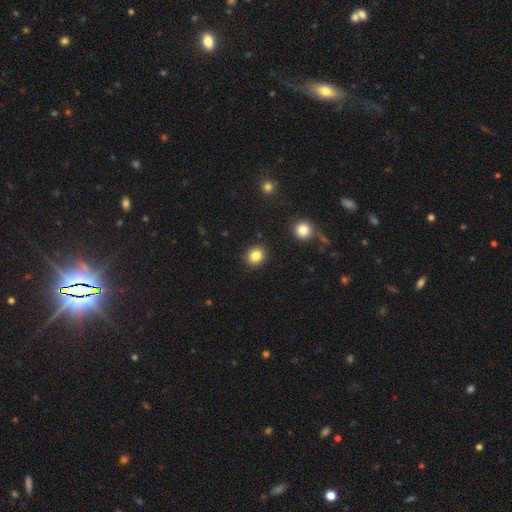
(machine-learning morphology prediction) Q: Smooth or featured?
A: smooth (84%); runner-up: star or artifact (11%)
Q: How rounded?
A: round (79%); runner-up: in between (20%)
Q: Merging?
A: none (91%); runner-up: minor disturbance (6%)